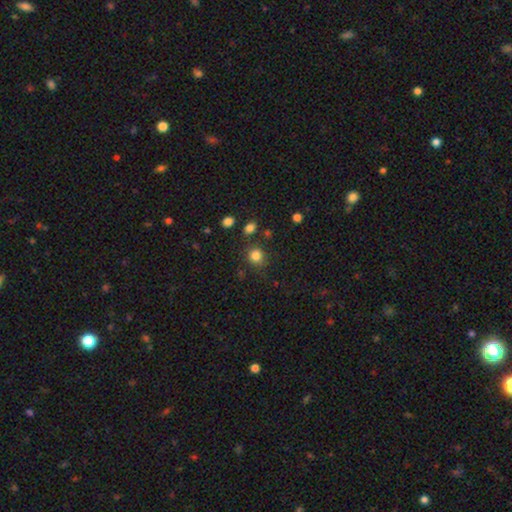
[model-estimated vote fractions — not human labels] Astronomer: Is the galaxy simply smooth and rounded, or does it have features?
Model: smooth — 83%.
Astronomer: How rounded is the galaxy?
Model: round — 82%.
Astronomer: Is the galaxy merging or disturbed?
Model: none — 78%.